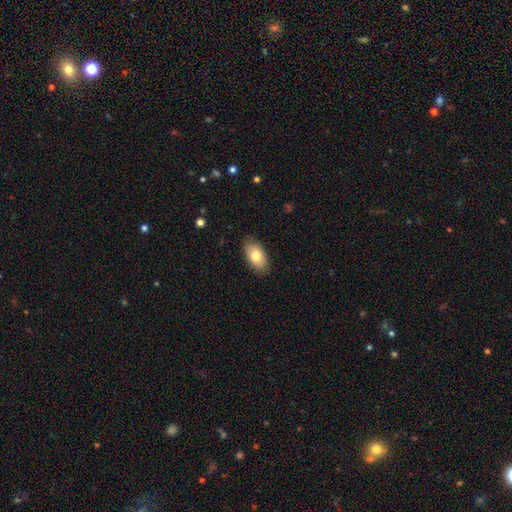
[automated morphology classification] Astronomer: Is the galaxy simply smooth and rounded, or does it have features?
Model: smooth — 80%.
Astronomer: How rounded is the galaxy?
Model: in between — 94%.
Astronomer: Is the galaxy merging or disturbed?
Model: none — 86%.